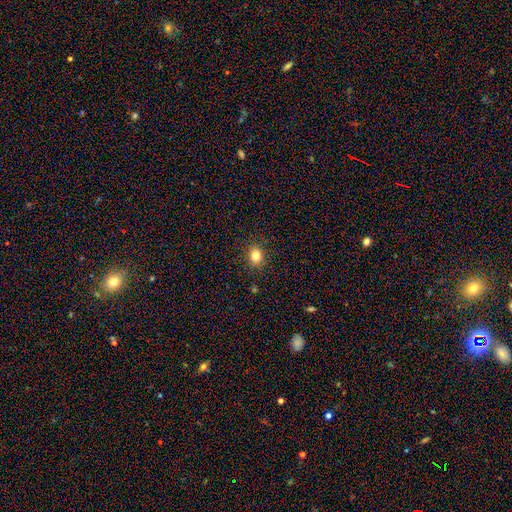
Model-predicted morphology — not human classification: A smooth galaxy with no disk features (81%) that is round (61%). Merging: none (89%).